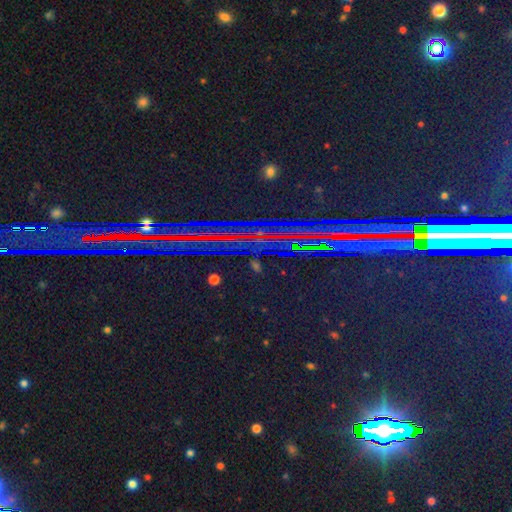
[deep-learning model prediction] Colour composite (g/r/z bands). It shows a star or artifact, not a galaxy (85%).